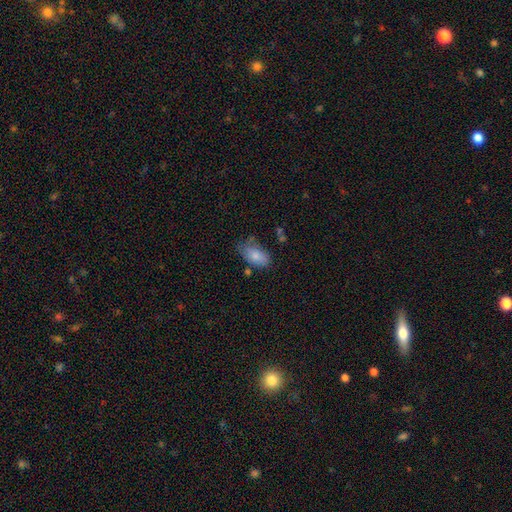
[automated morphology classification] The model was most divided on "merging": none: 57%, minor disturbance: 28%, major disturbance: 8%, merger: 7%. More confident: how rounded — in between (93%); smooth or featured — smooth (82%).